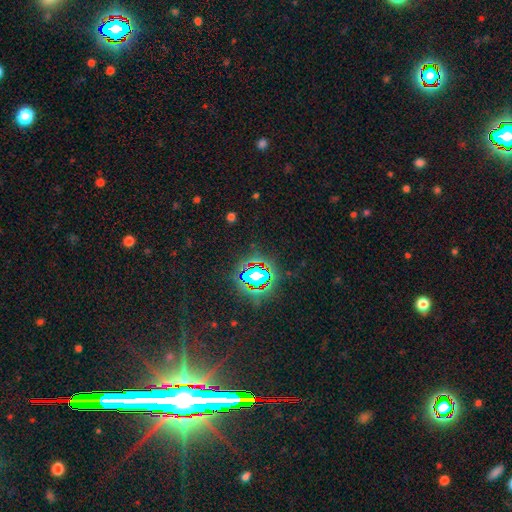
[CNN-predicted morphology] This is clearly a star or artifact rather than a galaxy (83%).